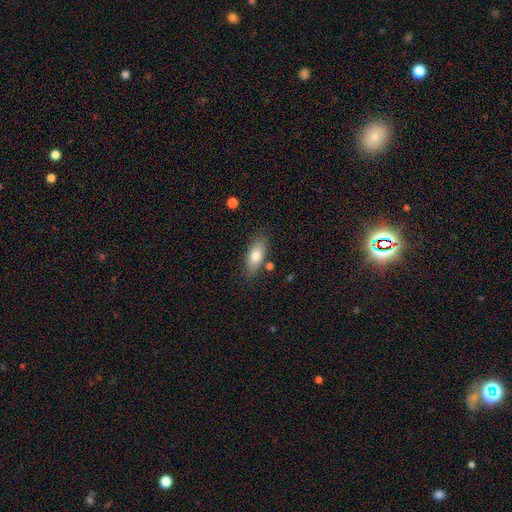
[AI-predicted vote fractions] This appears to be a smooth galaxy with no disk features (78%) that is in between round and cigar-shaped (82%). Merging: none (78%).